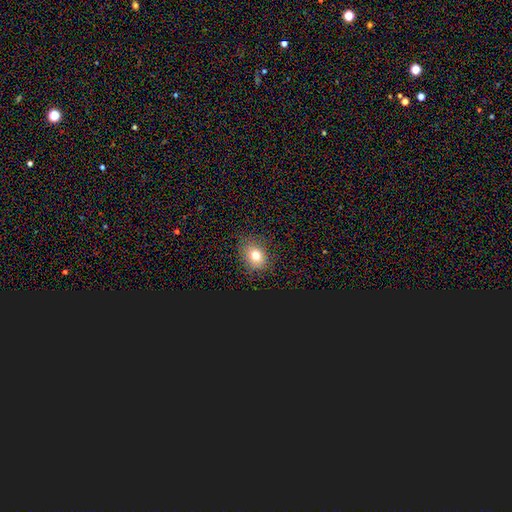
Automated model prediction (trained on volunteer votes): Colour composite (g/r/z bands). It shows a smooth galaxy with no disk features (74%) that is round (51%). Merging: none (84%).